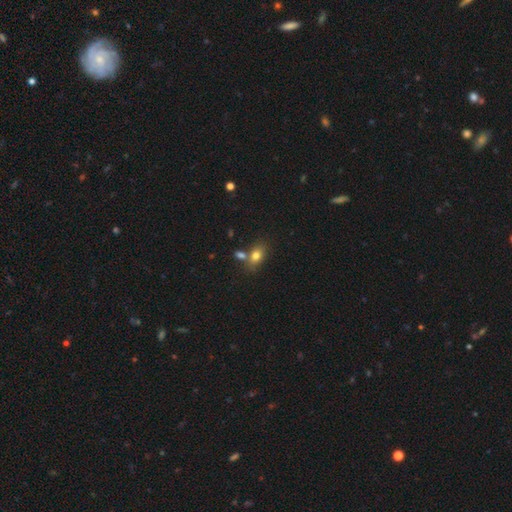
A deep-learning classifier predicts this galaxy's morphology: This appears to be a smooth galaxy with no disk features (78%) that is in between round and cigar-shaped (78%). Merging: none (57%).